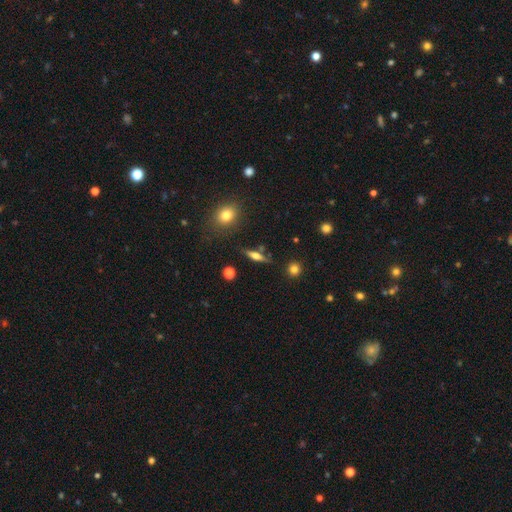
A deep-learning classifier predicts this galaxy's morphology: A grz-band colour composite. It shows a featured or disk galaxy (54%) viewed edge-on (93%). Merging: none (81%).